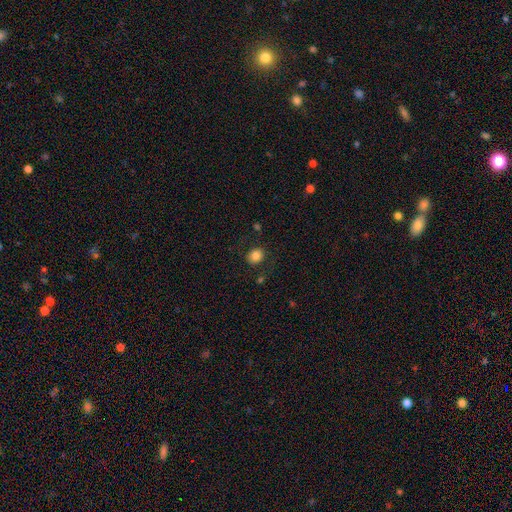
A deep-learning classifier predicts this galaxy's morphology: smooth 82%, star or artifact 10%, featured or disk 8%. Down the decision tree: how rounded — round (66%); merging — none (83%).